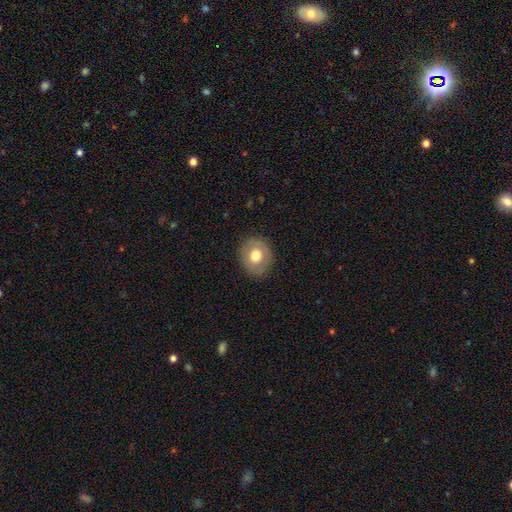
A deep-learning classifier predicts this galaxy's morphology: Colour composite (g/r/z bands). It shows a smooth galaxy with no disk features (66%) that is round (72%). Merging: none (86%).